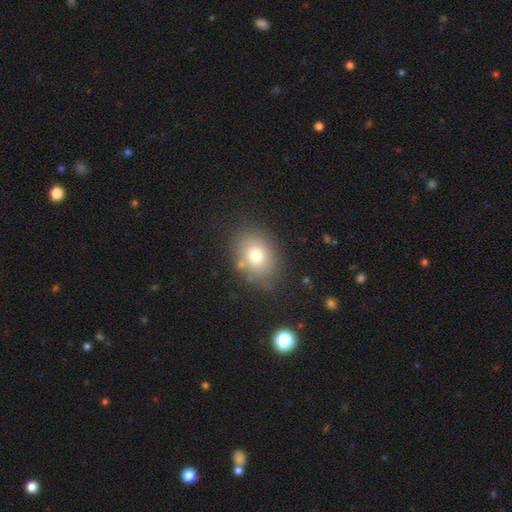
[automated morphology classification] The model was most divided on "how rounded": in between: 63%, round: 36%, cigar-shaped: 1%. More confident: merging — none (79%); smooth or featured — smooth (76%).